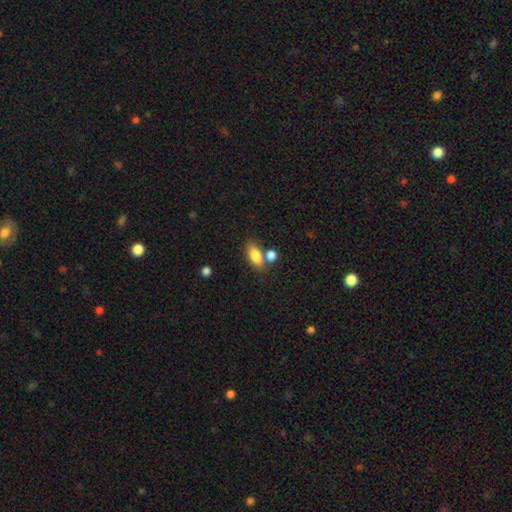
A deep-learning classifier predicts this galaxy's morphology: Overall: smooth (82%). How rounded: in between (85%). Merging: none (61%; merger 24%).